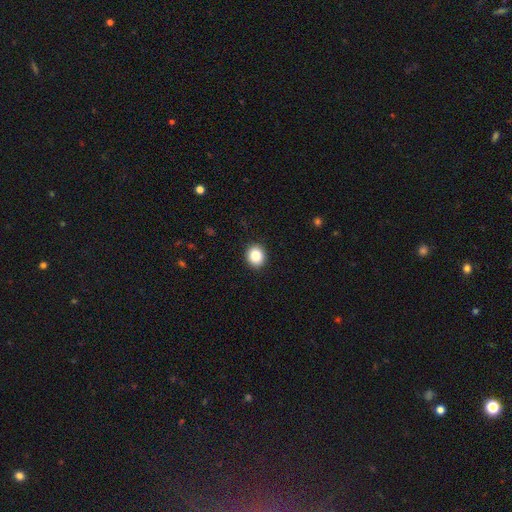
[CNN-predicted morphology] type=smooth (86%); roundness=round (76%); merging=none (92%).